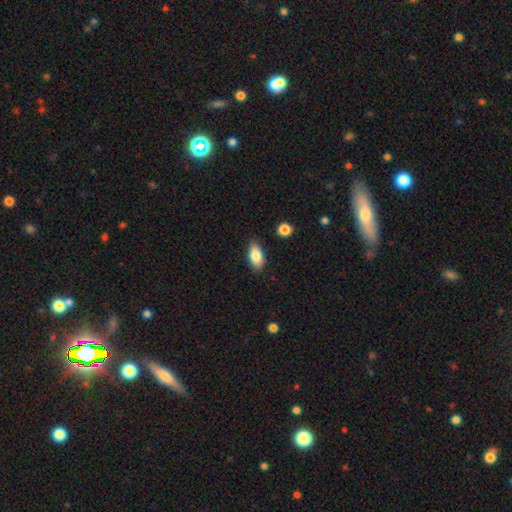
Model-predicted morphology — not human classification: Overall: smooth (84%). How rounded: in between (90%). Merging: none (85%).